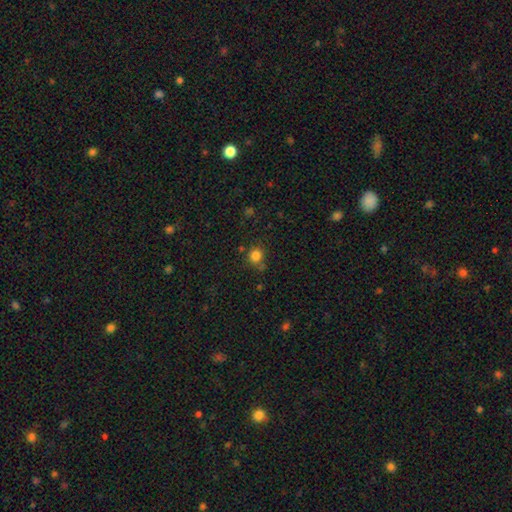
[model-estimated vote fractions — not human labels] Morphology: type=smooth (82%); roundness=round (86%); merging=none (70%).